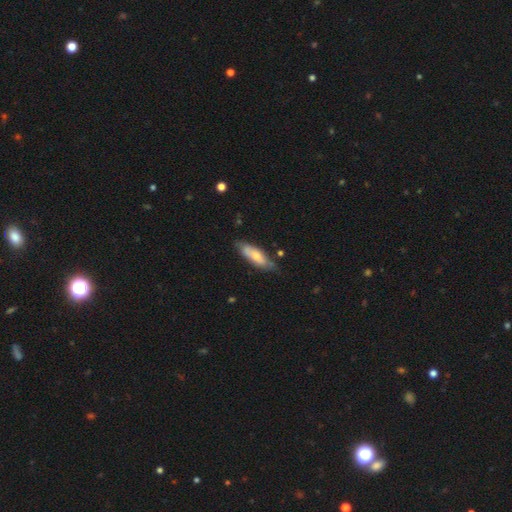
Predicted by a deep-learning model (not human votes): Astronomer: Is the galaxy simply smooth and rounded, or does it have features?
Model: smooth — 58% (runner-up: featured or disk, 36%).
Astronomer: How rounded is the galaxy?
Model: in between — 54% (runner-up: cigar-shaped, 44%).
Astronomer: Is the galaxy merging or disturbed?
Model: none — 69%.